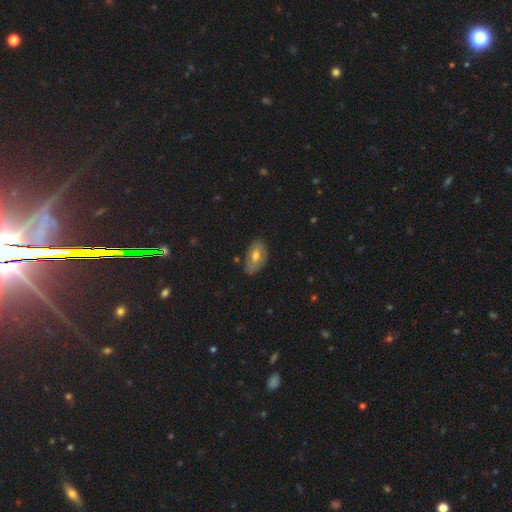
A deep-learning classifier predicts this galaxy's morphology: smooth_or_featured: smooth (p=0.51) [alt: featured or disk p=0.41]
how_rounded: in between (p=0.91) [alt: round p=0.06]
merging: none (p=0.72) [alt: minor disturbance p=0.21]